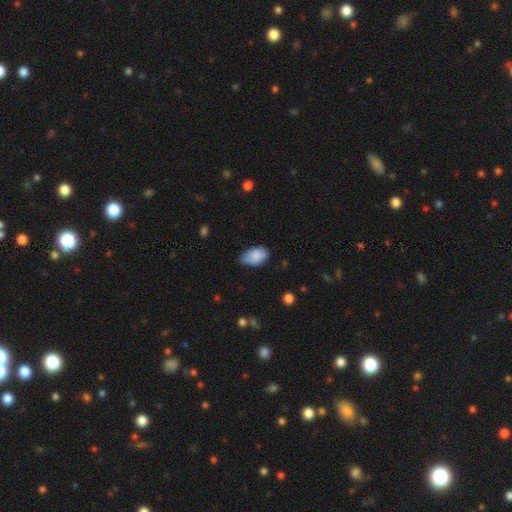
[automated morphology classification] Q: Smooth or featured?
A: smooth (85%); runner-up: featured or disk (8%)
Q: How rounded?
A: in between (91%); runner-up: round (7%)
Q: Merging?
A: none (63%); runner-up: minor disturbance (31%)